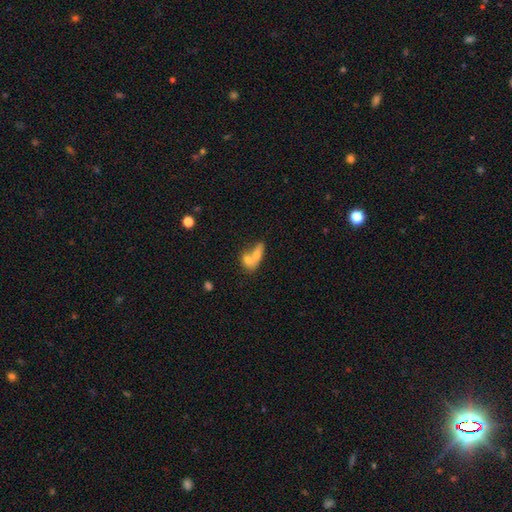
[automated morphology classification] Smooth or featured?
  - smooth: 68% *
  - featured or disk: 23%
  - star or artifact: 8%
How rounded?
  - in between: 68% *
  - cigar-shaped: 17%
  - round: 16%
Merging?
  - merger: 66% *
  - none: 21%
  - minor disturbance: 7%
  - major disturbance: 5%